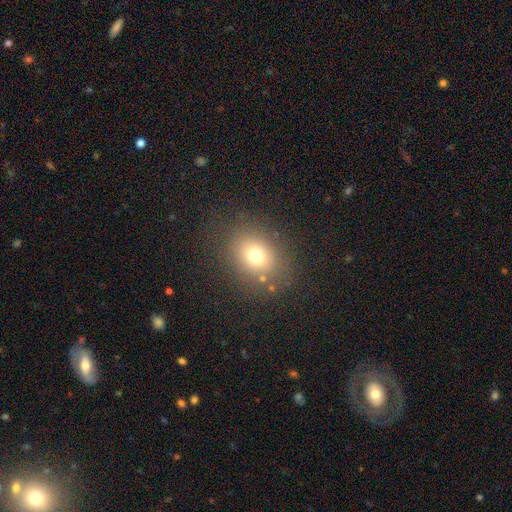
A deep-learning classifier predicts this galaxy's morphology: type=smooth (72%); roundness=round (59%); merging=none (81%).